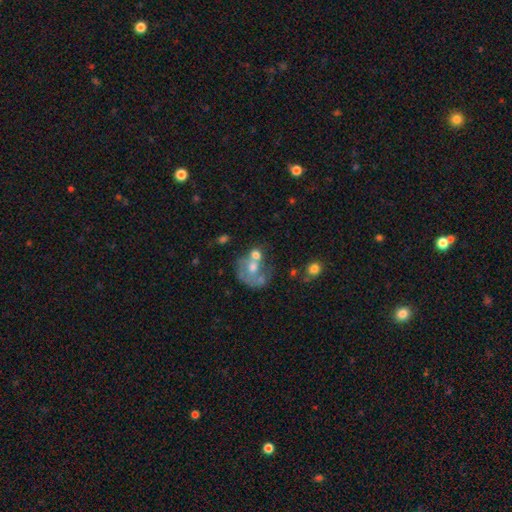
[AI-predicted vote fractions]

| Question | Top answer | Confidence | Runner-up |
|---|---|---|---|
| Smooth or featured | smooth | 48% | featured or disk (42%) |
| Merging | merger | 51% | none (23%) |